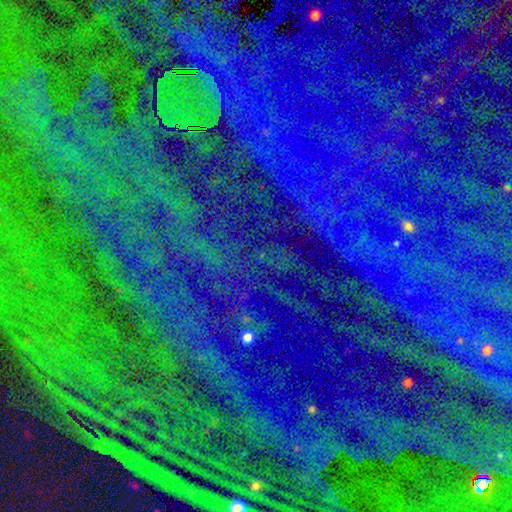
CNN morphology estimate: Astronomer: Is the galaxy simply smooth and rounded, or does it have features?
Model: star or artifact — 85%.